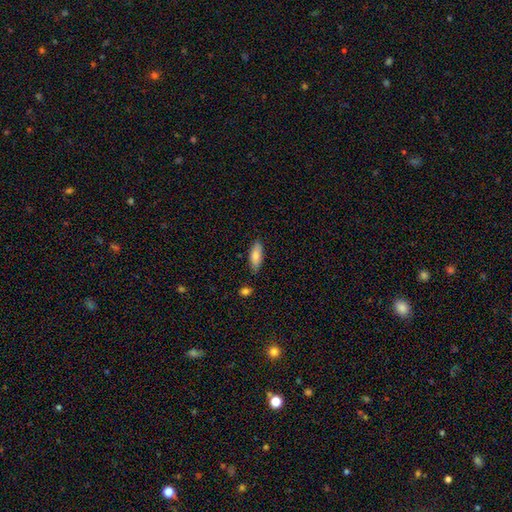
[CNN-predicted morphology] A smooth galaxy with no disk features (80%) that is in between round and cigar-shaped (72%).

Vote fractions:
- Smooth or featured? smooth: 80% / featured or disk: 14% / star or artifact: 6%
- How rounded? in between: 72% / cigar-shaped: 26% / round: 2%
- Merging? none: 81% / minor disturbance: 14% / merger: 3% / major disturbance: 3%